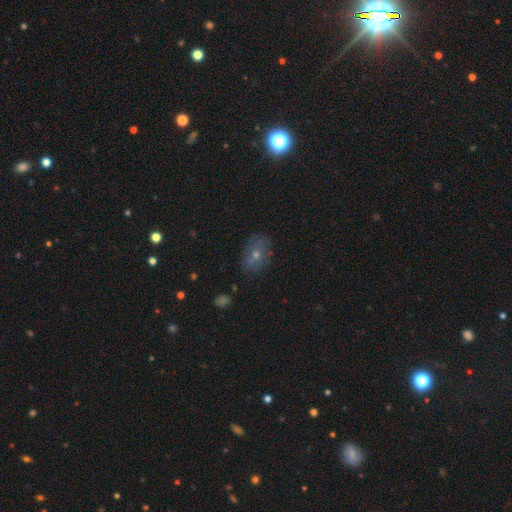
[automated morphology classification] smooth_or_featured: smooth (p=0.49) [alt: featured or disk p=0.30]
merging: none (p=0.77) [alt: minor disturbance p=0.16]